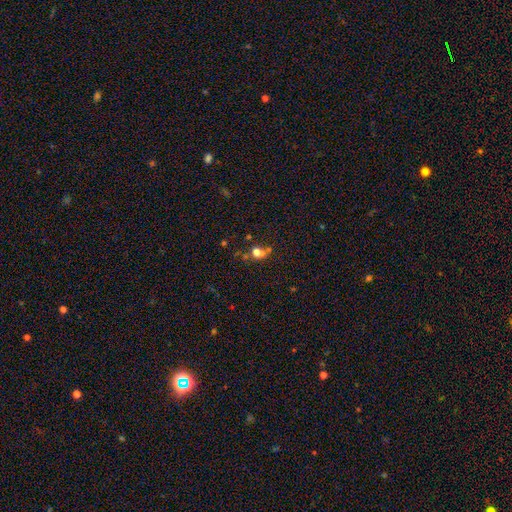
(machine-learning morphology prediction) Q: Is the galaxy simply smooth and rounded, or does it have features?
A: star or artifact — 43%.